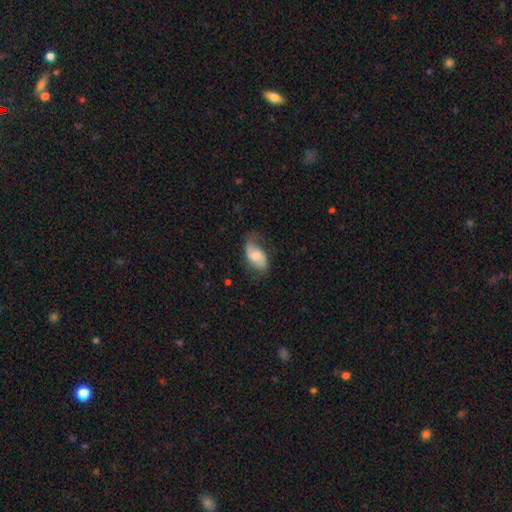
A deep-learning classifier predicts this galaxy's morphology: smooth_or_featured: smooth (p=0.51) [alt: featured or disk p=0.43]
how_rounded: in between (p=0.92) [alt: round p=0.06]
merging: none (p=0.56) [alt: minor disturbance p=0.30]